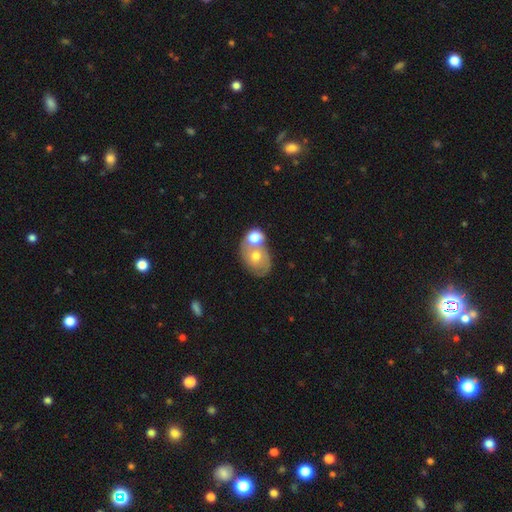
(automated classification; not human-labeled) This appears to be a smooth galaxy with no disk features (51%) that is in between round and cigar-shaped (64%). Merging: merger (54%).